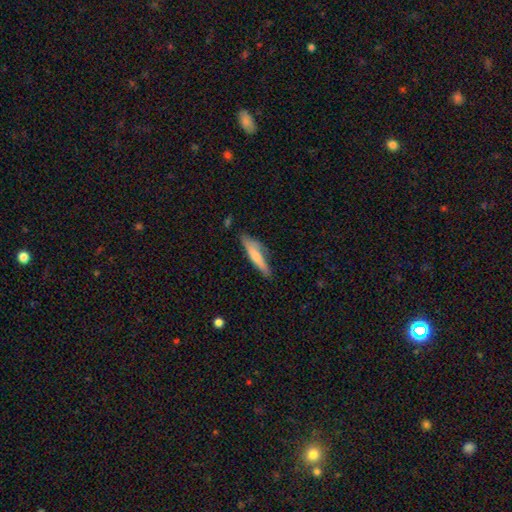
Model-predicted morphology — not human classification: Smooth or featured?
  - smooth: 66% *
  - featured or disk: 29%
  - star or artifact: 6%
How rounded?
  - cigar-shaped: 84% *
  - in between: 15%
  - round: 2%
Merging?
  - none: 69% *
  - minor disturbance: 23%
  - major disturbance: 5%
  - merger: 3%